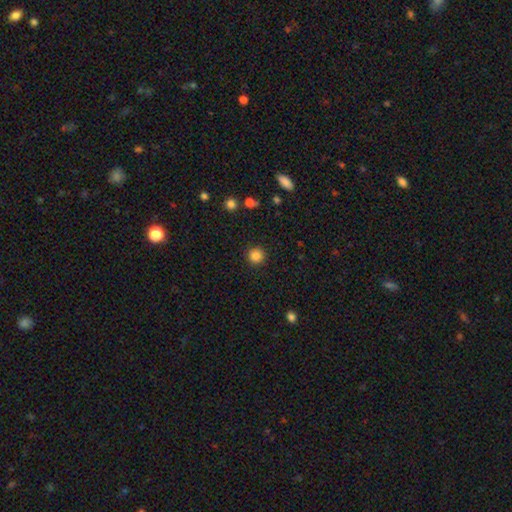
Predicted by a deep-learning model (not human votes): A smooth galaxy with no disk features (85%) that is round (95%). Merging: none (92%).